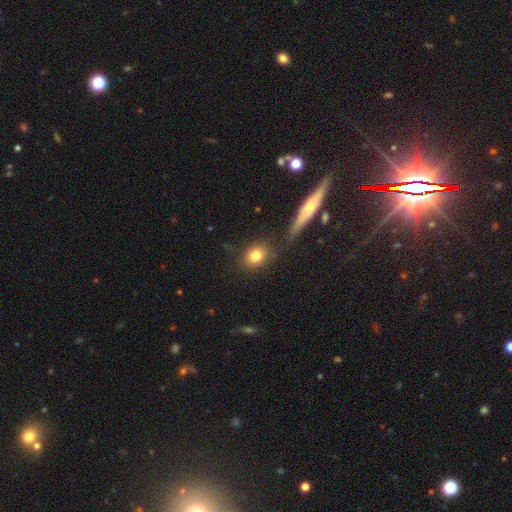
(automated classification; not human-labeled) Q: Smooth or featured?
A: smooth (80%); runner-up: featured or disk (10%)
Q: How rounded?
A: round (57%); runner-up: in between (40%)
Q: Merging?
A: none (77%); runner-up: minor disturbance (12%)